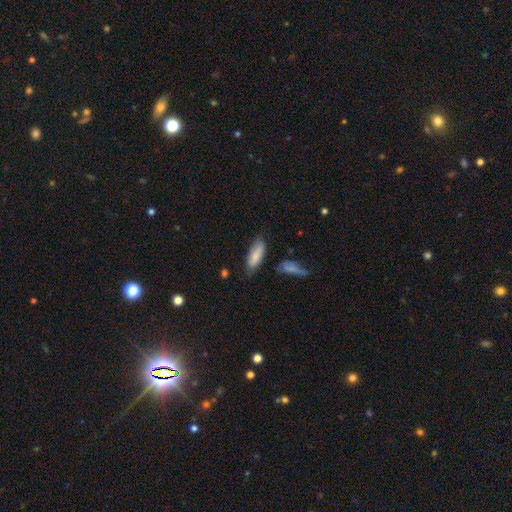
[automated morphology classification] smooth 79%, featured or disk 15%, star or artifact 6%. Down the decision tree: how rounded — in between (71%); merging — none (60%).